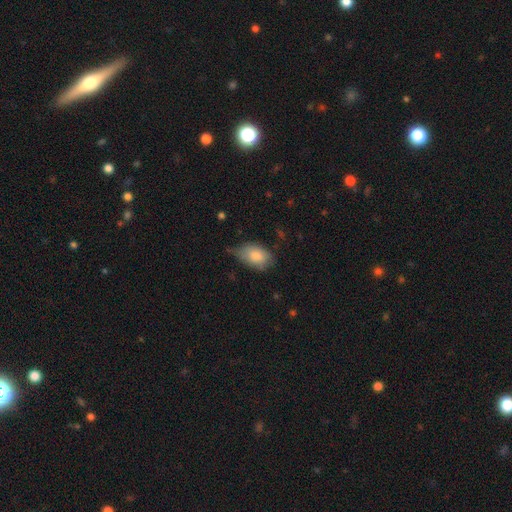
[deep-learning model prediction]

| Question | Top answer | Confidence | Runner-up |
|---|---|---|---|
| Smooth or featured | smooth | 80% | featured or disk (13%) |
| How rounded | in between | 88% | round (10%) |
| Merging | none | 46% | minor disturbance (42%) |